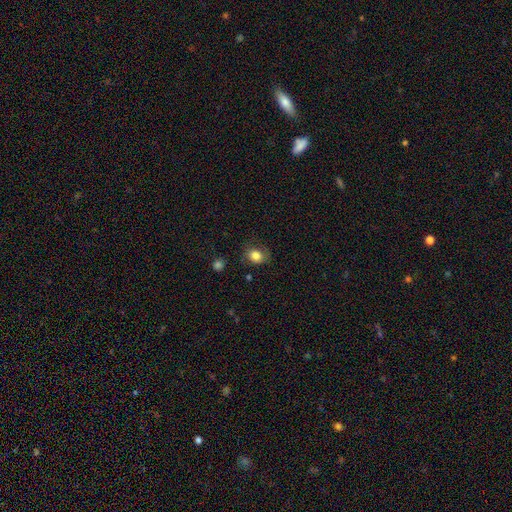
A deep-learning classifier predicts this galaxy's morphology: smooth_or_featured: smooth (p=0.82) [alt: star or artifact p=0.10]
how_rounded: round (p=0.58) [alt: in between p=0.41]
merging: none (p=0.69) [alt: minor disturbance p=0.21]